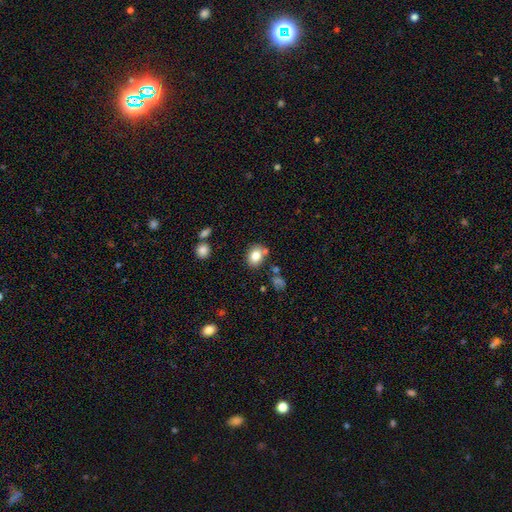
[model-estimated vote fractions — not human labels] Smooth or featured? Predicted: smooth (p=0.81). How rounded? Predicted: in between (p=0.54). Merging? Predicted: none (p=0.76).